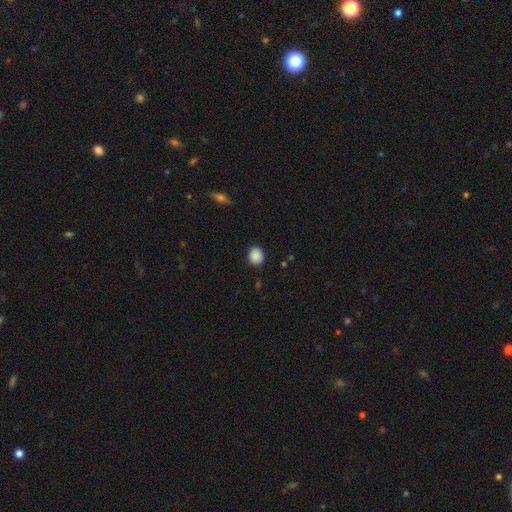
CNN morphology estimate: This appears to be a smooth galaxy with no disk features (88%) that is round (71%). Merging: none (88%).